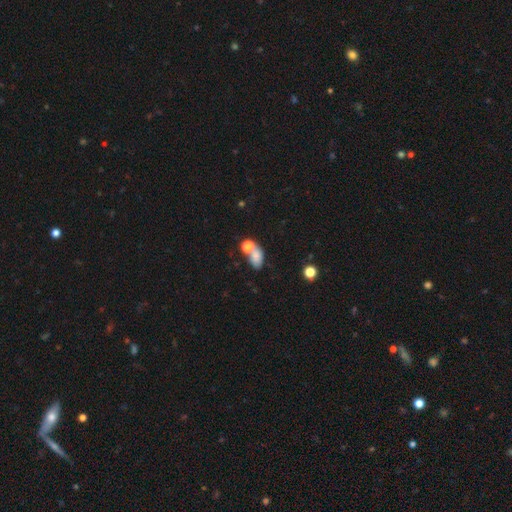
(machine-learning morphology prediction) type=smooth (77%); roundness=in between (80%); merging=none (40%).